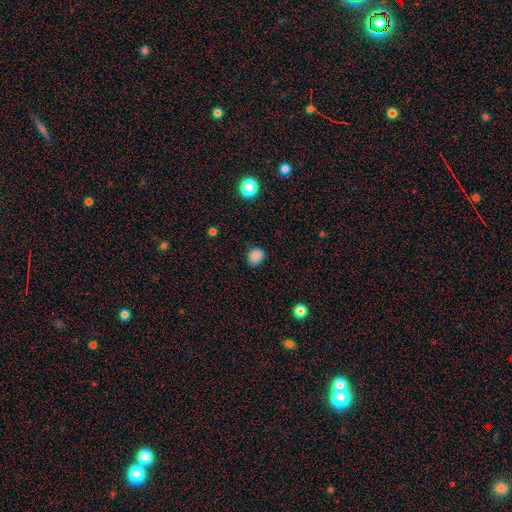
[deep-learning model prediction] This appears to be a smooth galaxy with no disk features (84%) that is round (64%). Merging: none (79%).